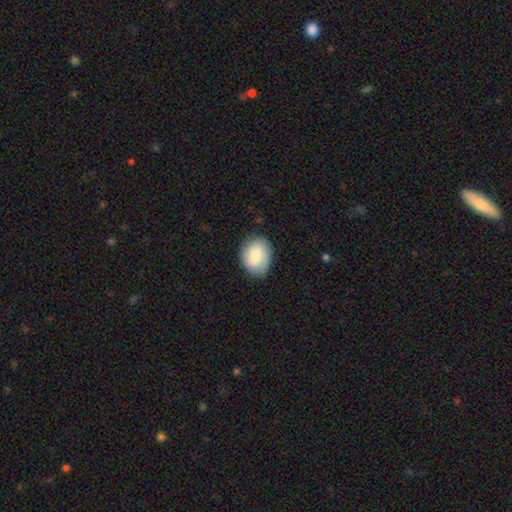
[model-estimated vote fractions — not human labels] smooth 76%, featured or disk 18%, star or artifact 6%. Down the decision tree: how rounded — in between (51%); merging — none (79%).